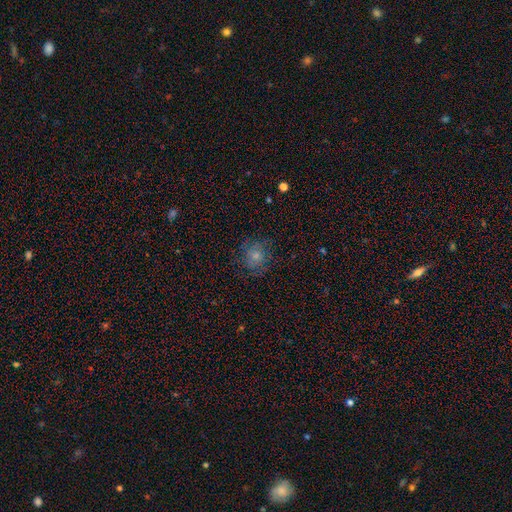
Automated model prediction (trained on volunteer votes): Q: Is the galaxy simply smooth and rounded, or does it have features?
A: smooth — 72%.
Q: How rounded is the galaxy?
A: round — 81%.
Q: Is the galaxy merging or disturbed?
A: none — 74%.